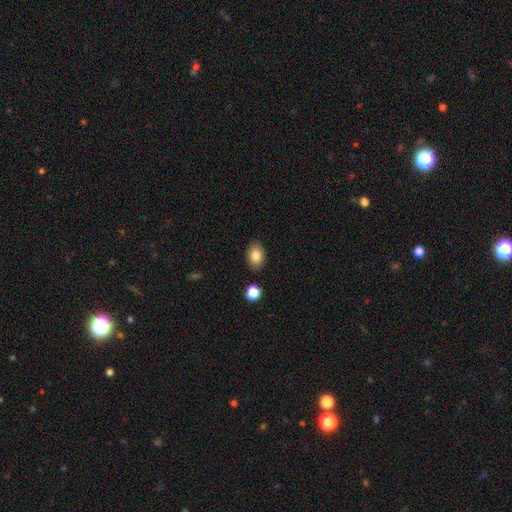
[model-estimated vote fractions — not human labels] Smooth or featured: smooth — 84% (star or artifact — 8%)
How rounded: in between — 80% (round — 19%)
Merging: none — 86% (minor disturbance — 9%)